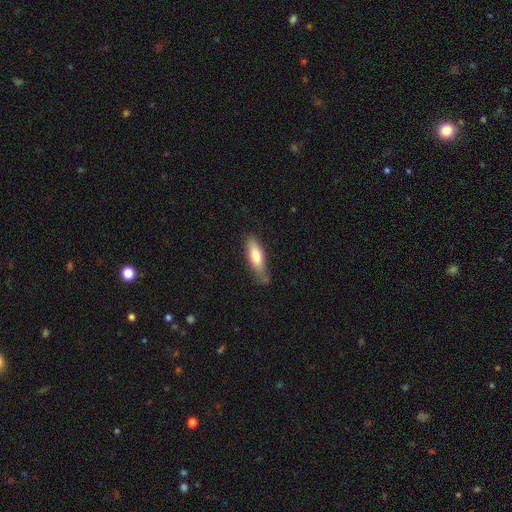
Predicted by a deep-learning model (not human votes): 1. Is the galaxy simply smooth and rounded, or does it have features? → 73% smooth, 20% featured or disk, 6% star or artifact.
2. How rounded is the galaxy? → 51% cigar-shaped, 47% in between, 2% round.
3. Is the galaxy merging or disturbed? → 64% none, 25% minor disturbance, 6% major disturbance, 5% merger.